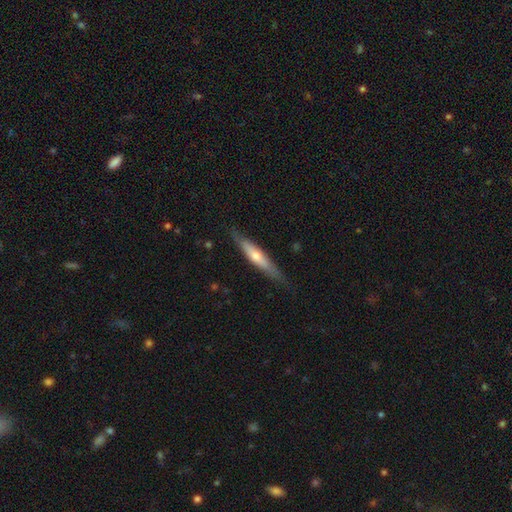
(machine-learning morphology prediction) A featured or disk galaxy (55%) viewed edge-on (92%) with a rounded central bulge (73%). Merging: none (84%).